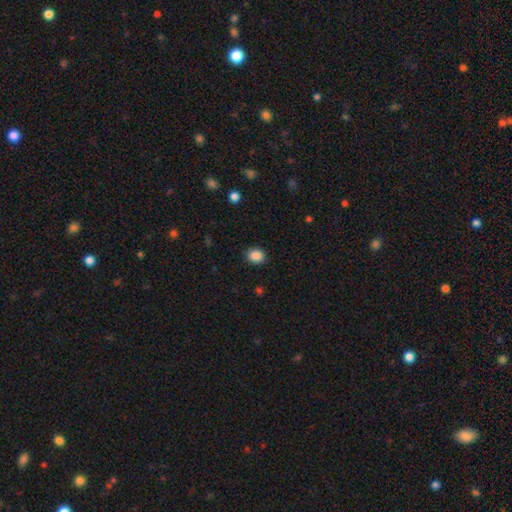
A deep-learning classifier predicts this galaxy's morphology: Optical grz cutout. It shows a smooth galaxy with no disk features (87%) that is round (61%). Merging: none (89%).